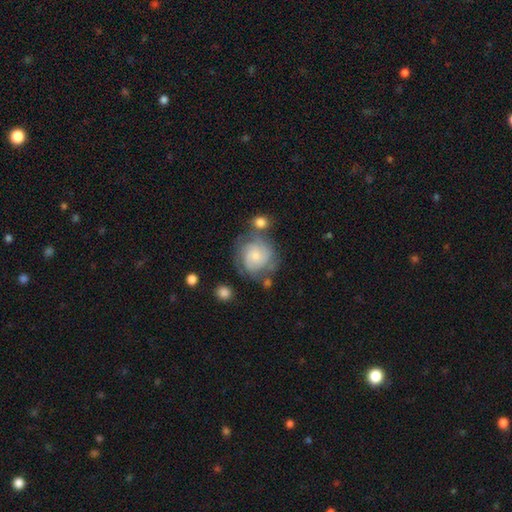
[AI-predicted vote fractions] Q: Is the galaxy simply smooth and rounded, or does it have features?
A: featured or disk — 67%.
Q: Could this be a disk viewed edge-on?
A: no — 98%.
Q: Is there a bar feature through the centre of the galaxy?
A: no — 74%.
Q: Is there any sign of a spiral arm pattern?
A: yes — 91%.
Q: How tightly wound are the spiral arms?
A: tight — 60%.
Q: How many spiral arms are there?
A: can't tell — 30%.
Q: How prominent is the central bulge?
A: small — 63%.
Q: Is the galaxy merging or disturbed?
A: none — 59%.